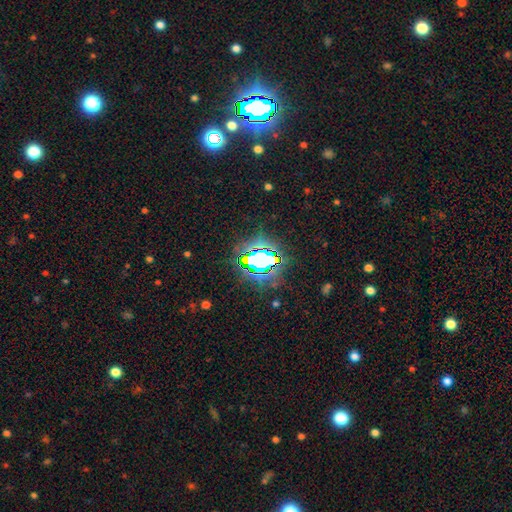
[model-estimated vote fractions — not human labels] Smooth or featured?
  - star or artifact: 72% *
  - smooth: 18%
  - featured or disk: 10%